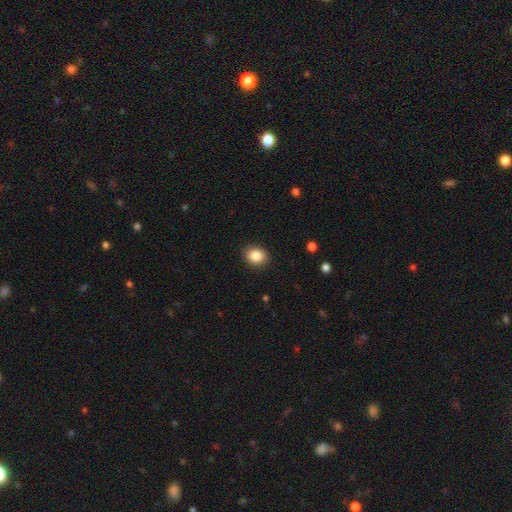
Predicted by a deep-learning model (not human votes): This is clearly a smooth galaxy (87%). How rounded: possibly round (51%). Merging: clearly none (89%).